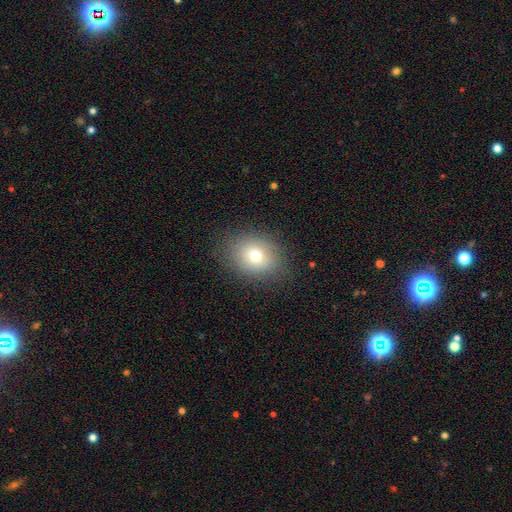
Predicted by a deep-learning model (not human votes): This appears to be a smooth galaxy with no disk features (74%) that is round (54%). Merging: none (85%).